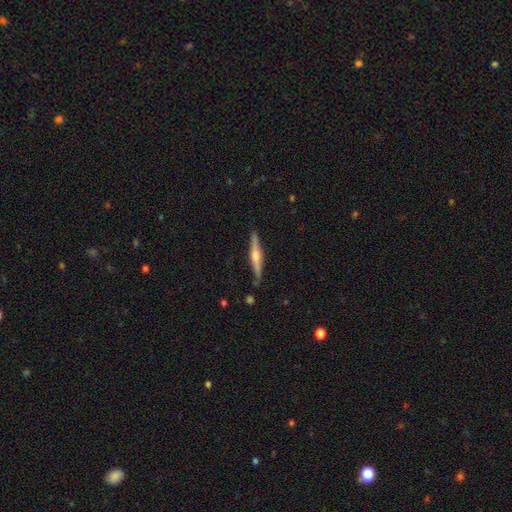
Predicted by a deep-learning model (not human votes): Morphology: type=featured or disk (66%); edge-on=yes (97%); edge-on bulge=rounded (83%); merging=none (84%).